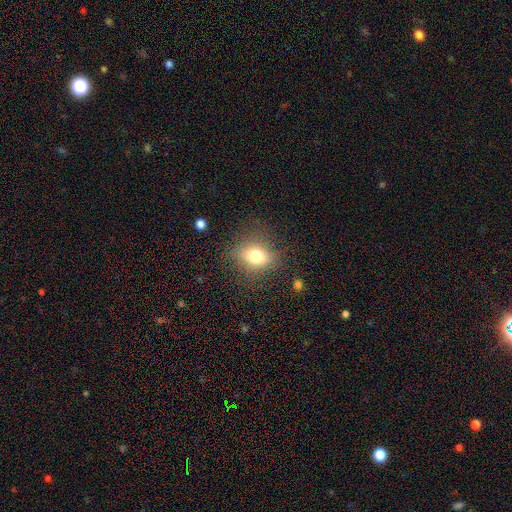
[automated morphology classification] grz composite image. It shows a smooth galaxy with no disk features (74%) that is in between round and cigar-shaped (56%). Merging: none (75%).